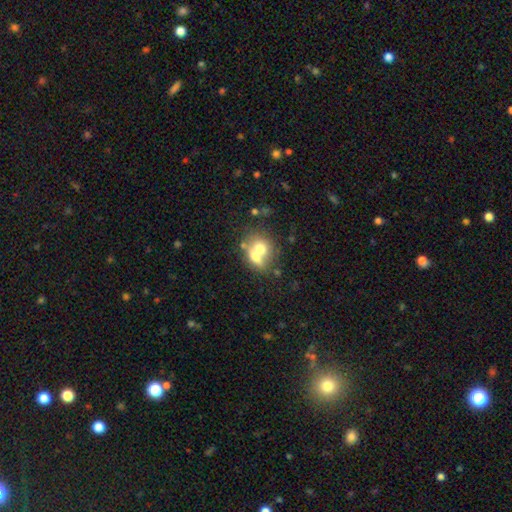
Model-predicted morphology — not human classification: Q: Smooth or featured?
A: smooth (63%); runner-up: featured or disk (26%)
Q: How rounded?
A: round (61%); runner-up: in between (37%)
Q: Merging?
A: merger (57%); runner-up: none (30%)